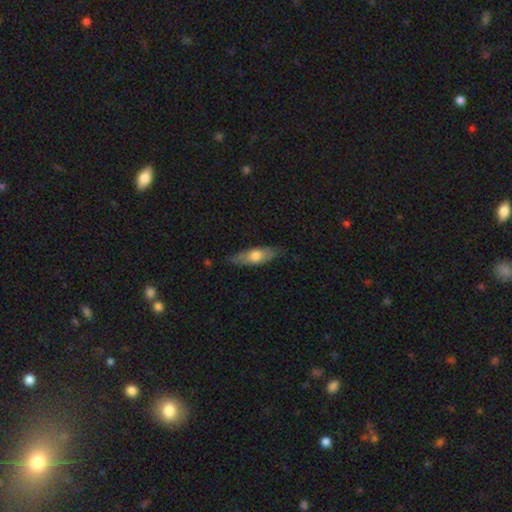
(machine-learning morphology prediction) This appears to be a smooth galaxy with no disk features (58%) that is in between round and cigar-shaped (67%). Merging: none (70%).